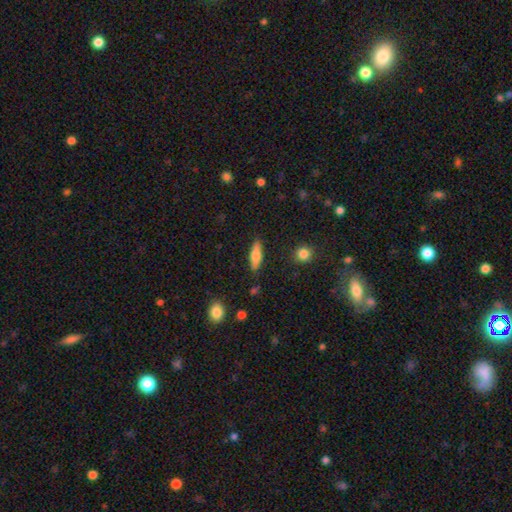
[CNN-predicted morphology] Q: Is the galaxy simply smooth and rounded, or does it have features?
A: smooth — 69%.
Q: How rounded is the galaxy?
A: cigar-shaped — 56%.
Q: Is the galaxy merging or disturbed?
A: none — 84%.